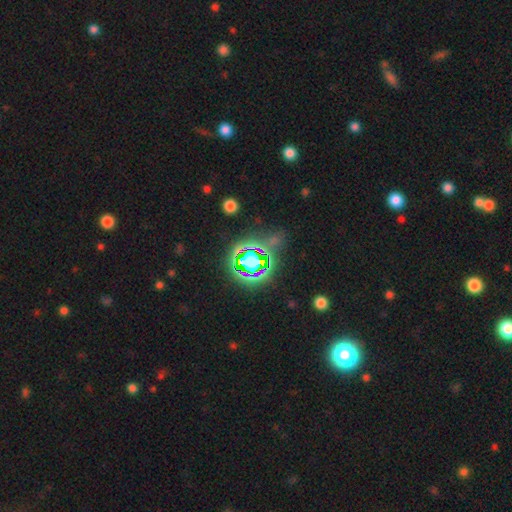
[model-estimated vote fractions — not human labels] smooth-or-featured: star or artifact: 82% | smooth: 11% | featured or disk: 7%